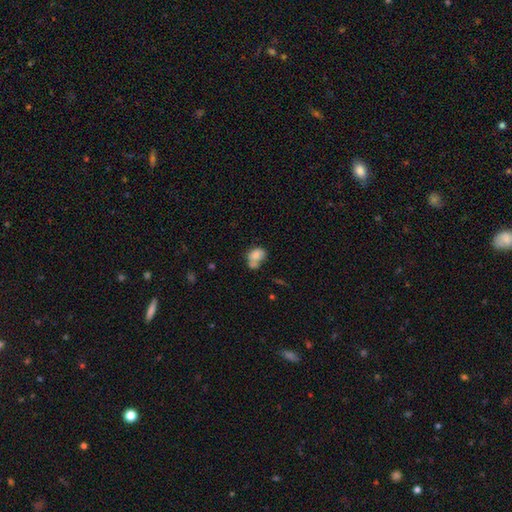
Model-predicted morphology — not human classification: smooth-or-featured: smooth: 74% | featured or disk: 16% | star or artifact: 10%
  how-rounded: in between: 66% | round: 33% | cigar-shaped: 1%
  merging: merger: 39% | none: 30% | minor disturbance: 19% | major disturbance: 11%